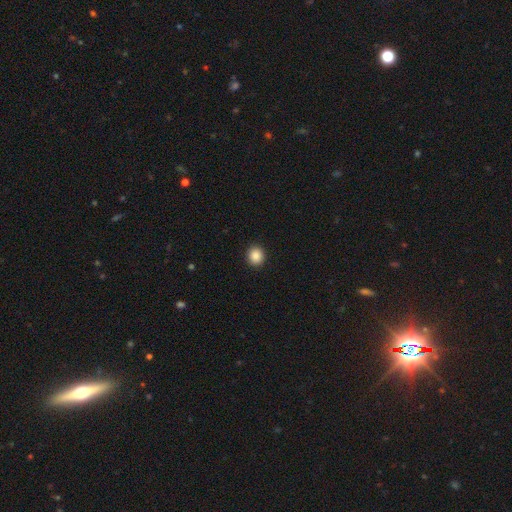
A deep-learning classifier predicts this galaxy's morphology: Smooth or featured: smooth — 87% (star or artifact — 9%)
How rounded: round — 86% (in between — 13%)
Merging: none — 93% (minor disturbance — 5%)